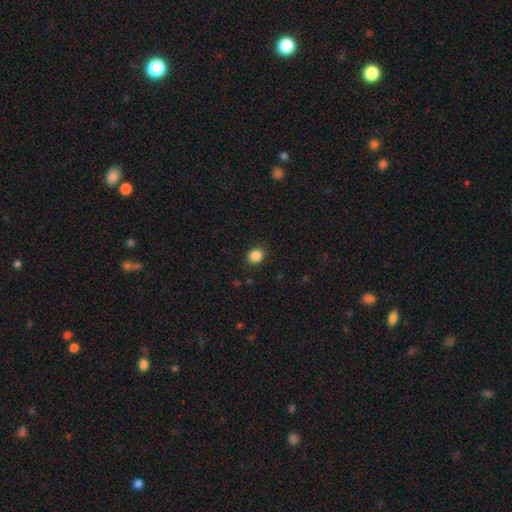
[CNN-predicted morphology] type=smooth (86%); roundness=round (76%); merging=none (88%).